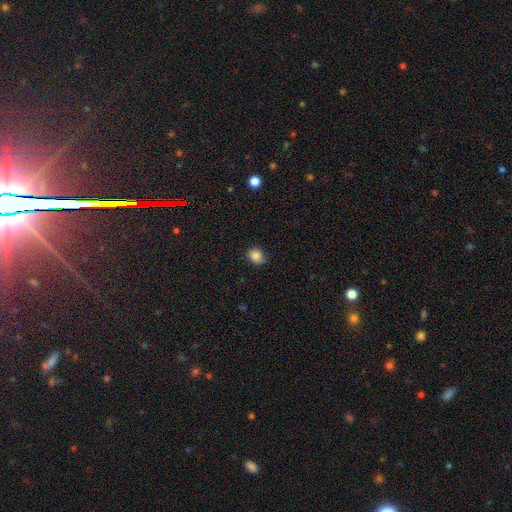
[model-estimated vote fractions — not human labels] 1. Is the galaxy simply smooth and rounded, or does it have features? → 85% smooth, 10% star or artifact, 5% featured or disk.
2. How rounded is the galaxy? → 64% round, 35% in between, 1% cigar-shaped.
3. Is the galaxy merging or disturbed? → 78% none, 18% minor disturbance, 3% major disturbance, 1% merger.